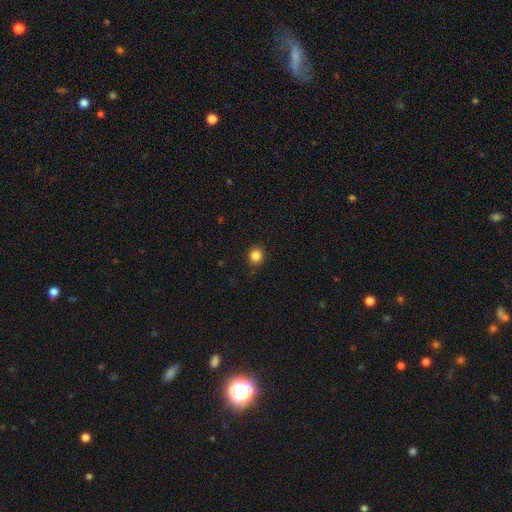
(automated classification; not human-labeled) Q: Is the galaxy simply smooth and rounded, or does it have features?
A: smooth — 85%.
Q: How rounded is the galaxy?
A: round — 81%.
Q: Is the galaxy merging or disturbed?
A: none — 89%.